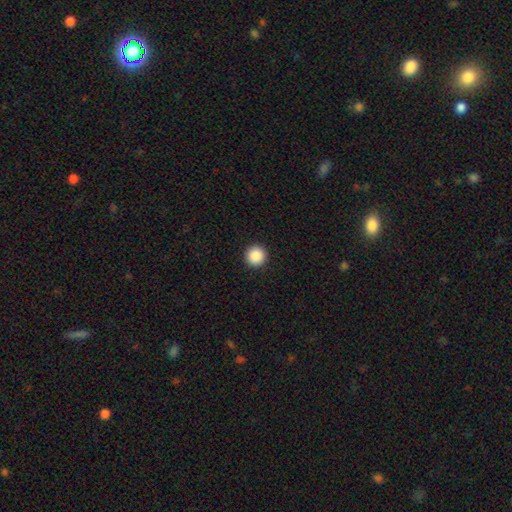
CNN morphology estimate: Q: Smooth or featured?
A: smooth (88%); runner-up: star or artifact (9%)
Q: How rounded?
A: round (96%); runner-up: in between (3%)
Q: Merging?
A: none (94%); runner-up: minor disturbance (4%)